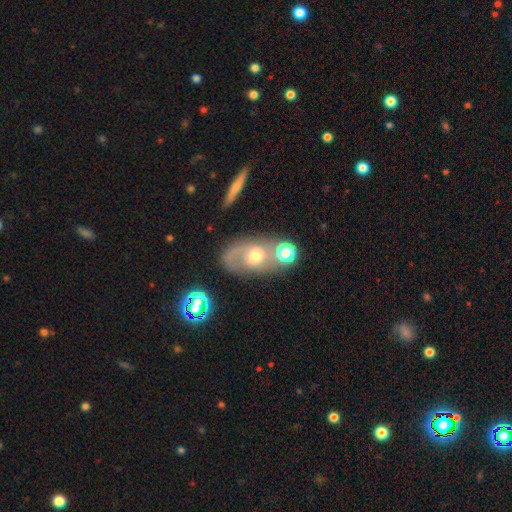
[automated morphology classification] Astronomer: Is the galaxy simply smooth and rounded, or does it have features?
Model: featured or disk — 52% (runner-up: smooth, 36%).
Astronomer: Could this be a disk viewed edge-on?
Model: no — 92%.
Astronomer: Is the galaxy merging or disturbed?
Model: none — 43% (runner-up: merger, 30%).